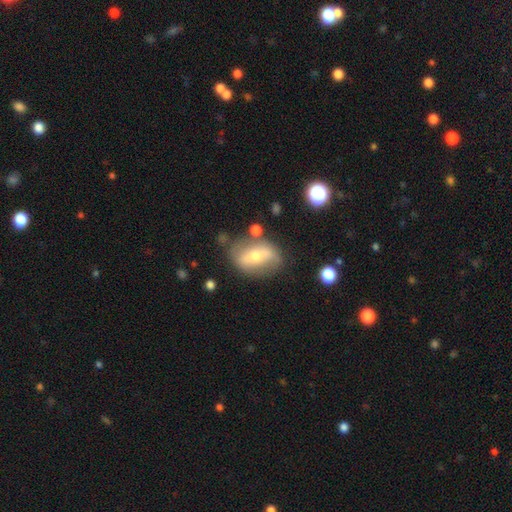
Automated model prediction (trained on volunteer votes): Q: Smooth or featured?
A: featured or disk (56%); runner-up: smooth (36%)
Q: Edge-on disk?
A: no (84%); runner-up: yes (16%)
Q: Merging?
A: none (68%); runner-up: minor disturbance (19%)